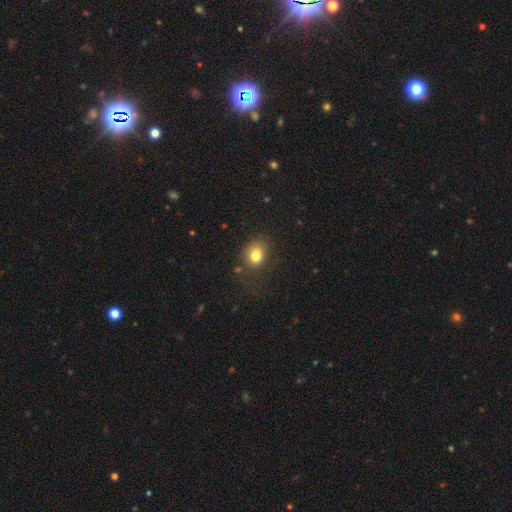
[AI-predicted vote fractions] This appears to be a smooth galaxy with no disk features (81%) that is in between round and cigar-shaped (50%). Merging: none (68%).